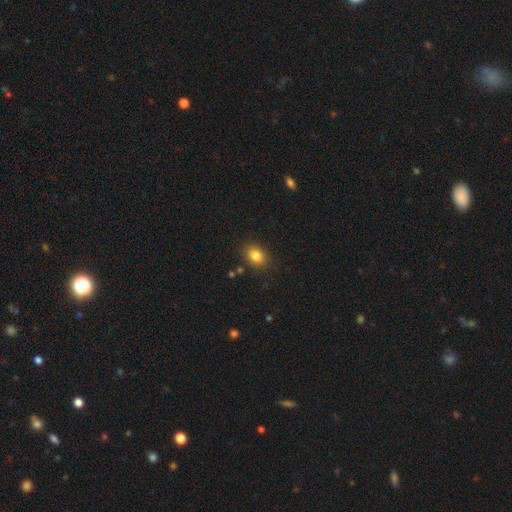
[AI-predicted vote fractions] A smooth galaxy with no disk features (83%) that is in between round and cigar-shaped (54%).

Vote fractions:
- Smooth or featured? smooth: 83% / star or artifact: 10% / featured or disk: 6%
- How rounded? in between: 54% / round: 45% / cigar-shaped: 1%
- Merging? none: 86% / minor disturbance: 10% / major disturbance: 3% / merger: 2%